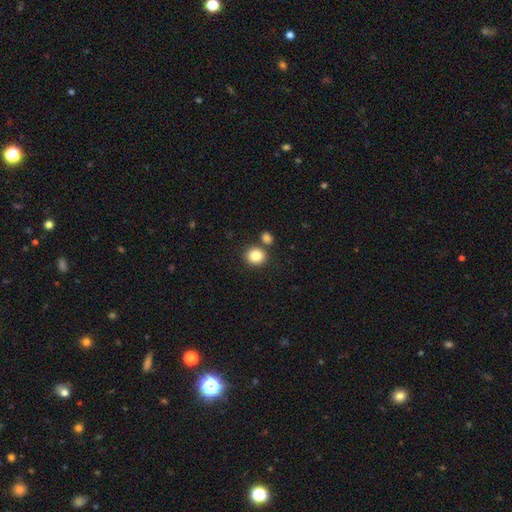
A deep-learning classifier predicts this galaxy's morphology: The model was most divided on "how rounded": round: 80%, in between: 19%, cigar-shaped: 1%. More confident: smooth or featured — smooth (85%); merging — none (76%).